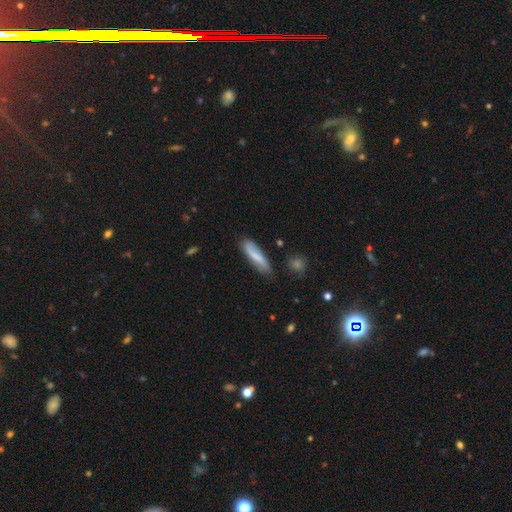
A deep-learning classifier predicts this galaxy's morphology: Overall: smooth (67%). How rounded: cigar-shaped (74%). Merging: none (74%).